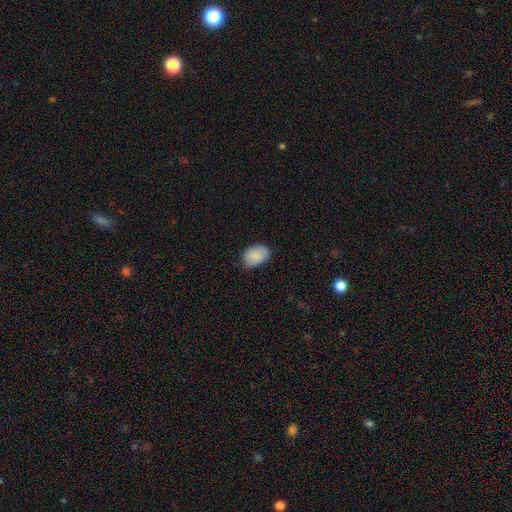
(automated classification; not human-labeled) The model was most divided on "merging": none: 68%, minor disturbance: 27%, major disturbance: 4%, merger: 1%. More confident: smooth or featured — smooth (88%); how rounded — in between (84%).